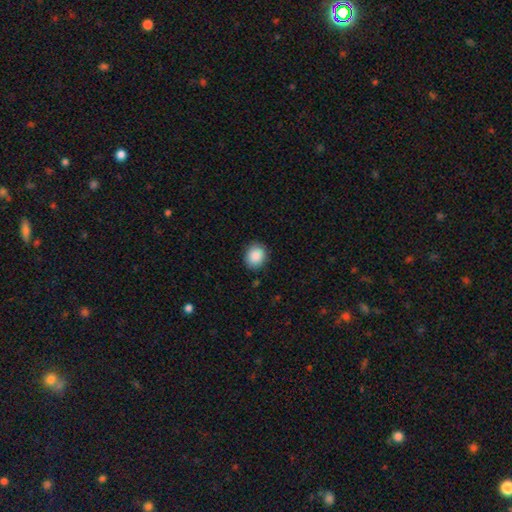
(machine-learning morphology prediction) The model was most divided on "how rounded": round: 71%, in between: 28%, cigar-shaped: 1%. More confident: smooth or featured — smooth (89%); merging — none (87%).